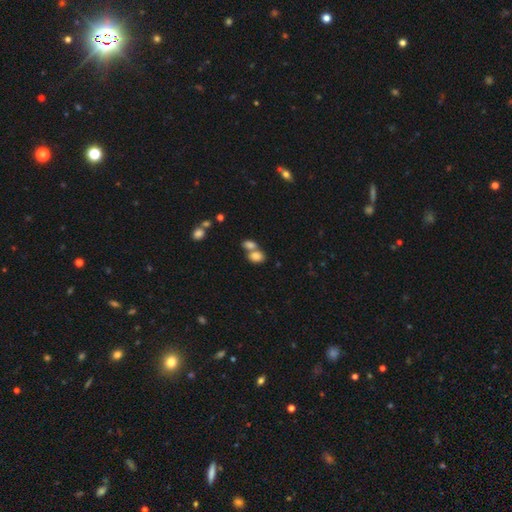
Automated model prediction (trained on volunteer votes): Smooth or featured? Predicted: smooth (p=0.82). How rounded? Predicted: in between (p=0.76). Merging? Predicted: merger (p=0.56).